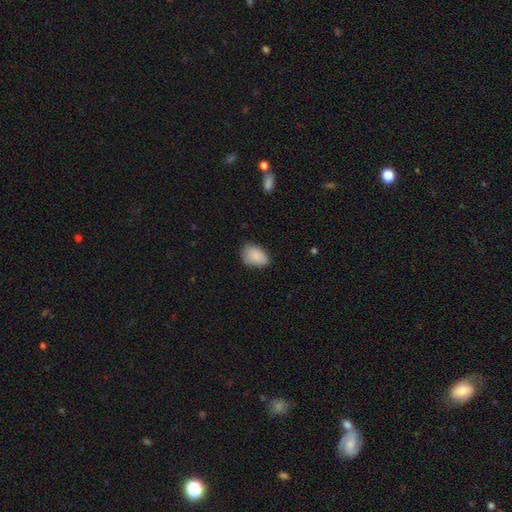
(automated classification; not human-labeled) smooth 87%, star or artifact 7%, featured or disk 5%. Down the decision tree: how rounded — in between (84%); merging — none (72%).